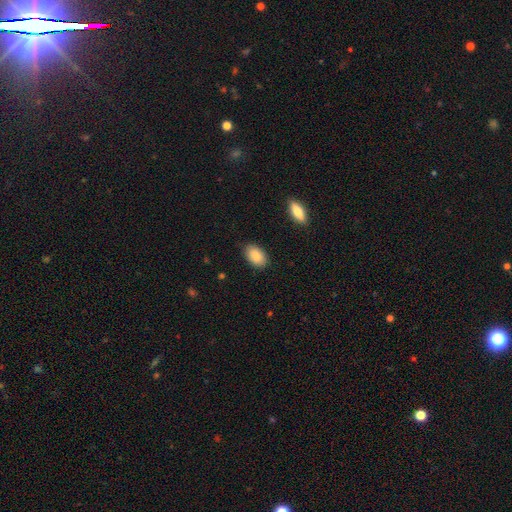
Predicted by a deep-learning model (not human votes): Smooth or featured: smooth — 84% (featured or disk — 9%)
How rounded: in between — 92% (round — 7%)
Merging: none — 86% (minor disturbance — 10%)